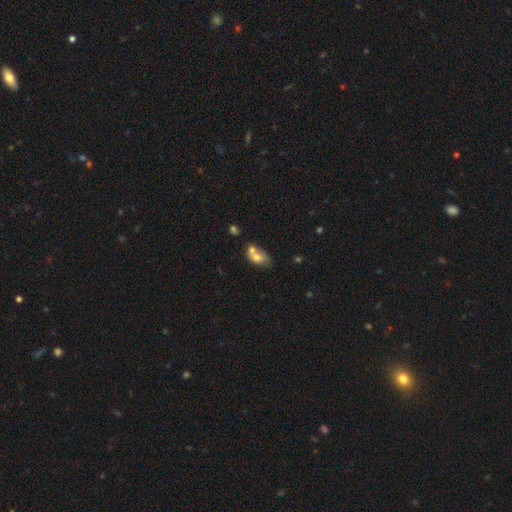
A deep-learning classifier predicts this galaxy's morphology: A smooth galaxy with no disk features (66%) that is in between round and cigar-shaped (79%).

Vote fractions:
- Smooth or featured? smooth: 66% / featured or disk: 25% / star or artifact: 9%
- How rounded? in between: 79% / round: 18% / cigar-shaped: 3%
- Merging? merger: 60% / none: 22% / minor disturbance: 11% / major disturbance: 7%